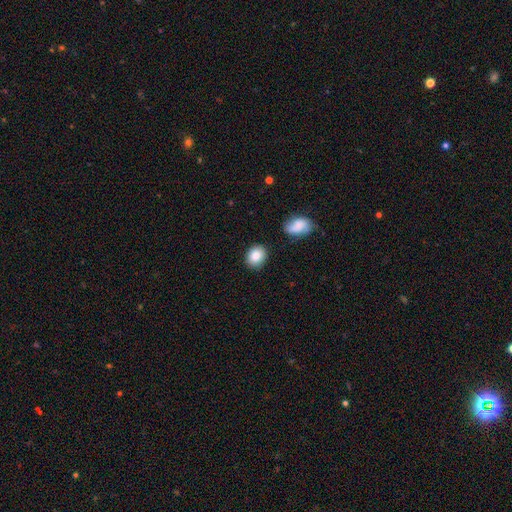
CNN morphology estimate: A smooth galaxy with no disk features (86%) that is round (50%). Merging: none (84%).